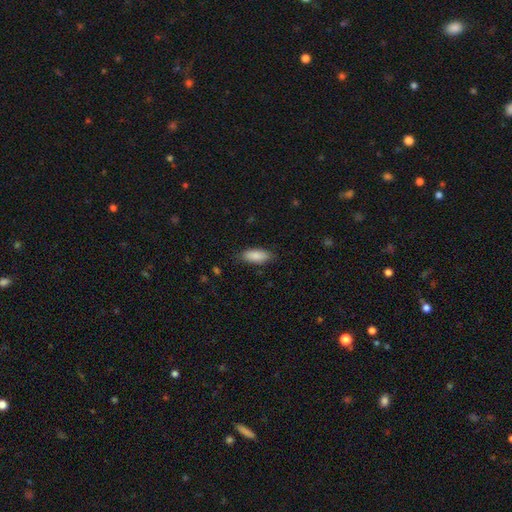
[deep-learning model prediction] smooth-or-featured: smooth: 87% | featured or disk: 7% | star or artifact: 6%
  how-rounded: in between: 82% | cigar-shaped: 16% | round: 2%
  merging: none: 82% | minor disturbance: 14% | major disturbance: 3% | merger: 1%